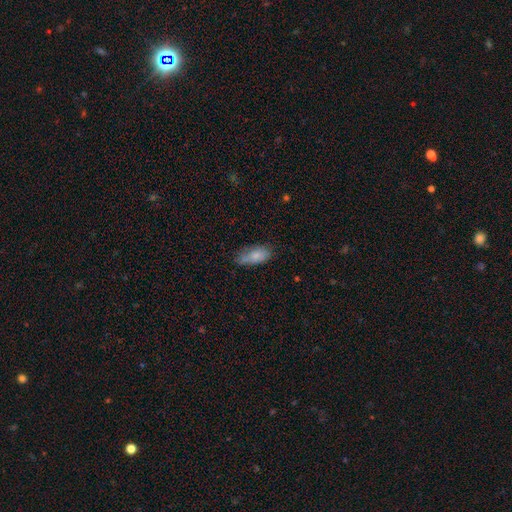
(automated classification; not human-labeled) This appears to be a smooth galaxy with no disk features (78%) that is in between round and cigar-shaped (89%). Merging: none (55%).